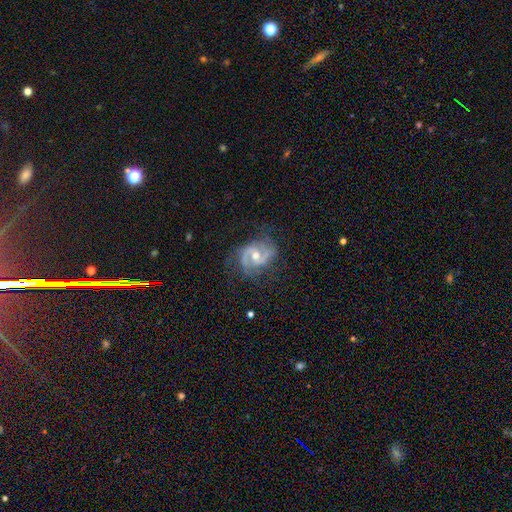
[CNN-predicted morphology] This is clearly a featured or disk galaxy (86%). It is clearly not viewed edge-on (97%). Bar: marginally no (45%). Spiral arm pattern: clearly yes (95%). Spiral arm count: clearly 2 (81%). Spiral winding: possibly medium (51%). Central bulge: likely moderate (72%). Merging: likely none (69%).